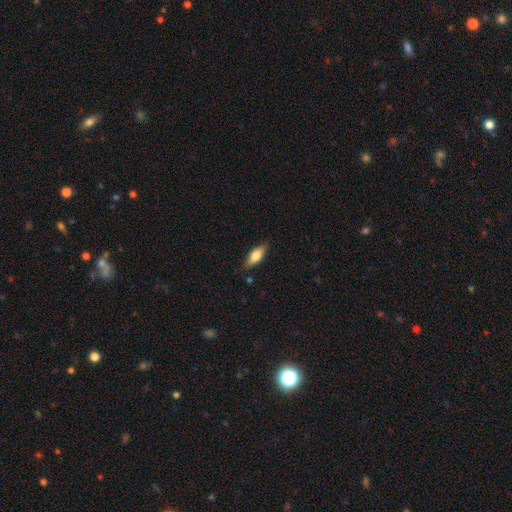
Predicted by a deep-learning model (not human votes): Smooth or featured: smooth — 68% (featured or disk — 26%)
How rounded: in between — 69% (cigar-shaped — 28%)
Merging: none — 83% (minor disturbance — 13%)